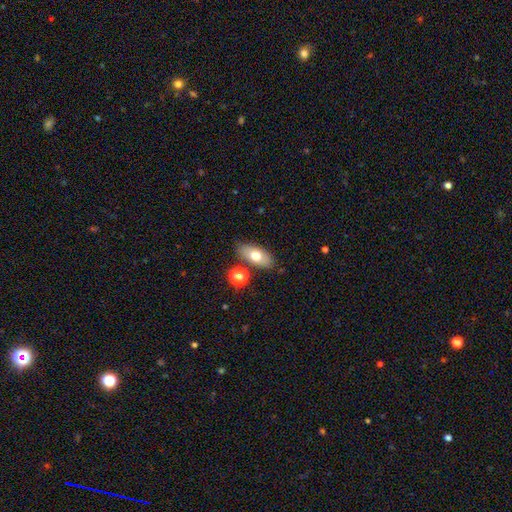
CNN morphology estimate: This is likely a smooth galaxy (69%). How rounded: clearly in between (86%). Merging: likely none (79%).